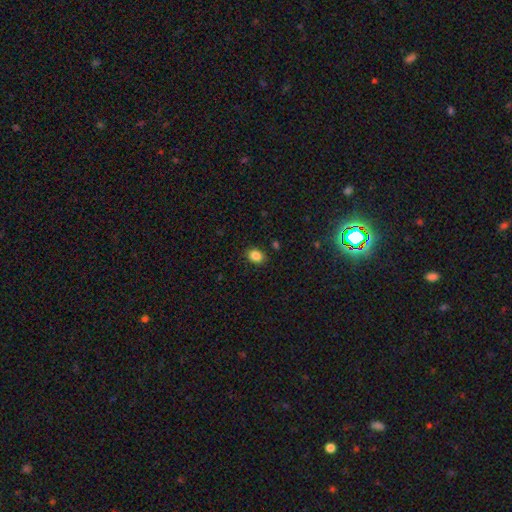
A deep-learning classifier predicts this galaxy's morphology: This is clearly a smooth galaxy (85%). How rounded: possibly in between (58%). Merging: clearly none (87%).